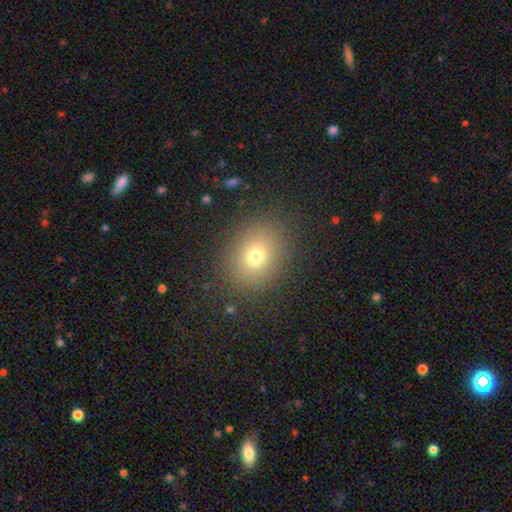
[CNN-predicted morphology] Q: Smooth or featured?
A: smooth (73%); runner-up: star or artifact (16%)
Q: How rounded?
A: round (54%); runner-up: in between (45%)
Q: Merging?
A: none (86%); runner-up: minor disturbance (9%)